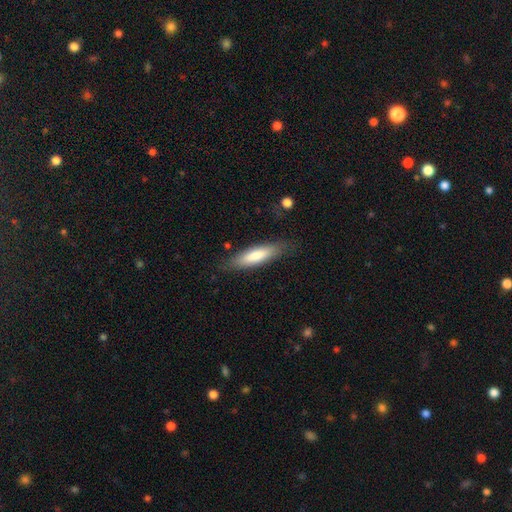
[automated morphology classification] This is likely a smooth galaxy (77%). How rounded: likely cigar-shaped (66%). Merging: clearly none (80%).